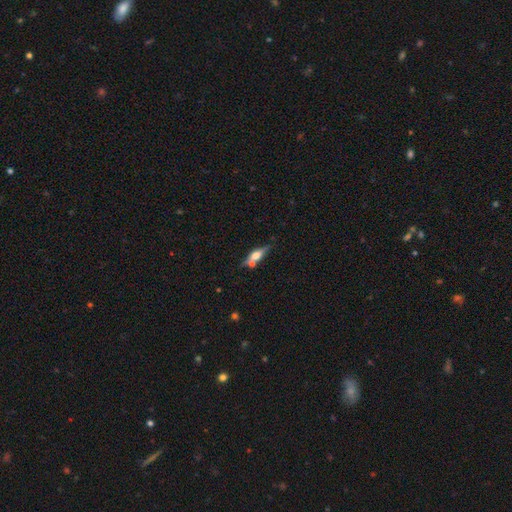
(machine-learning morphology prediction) This appears to be a featured or disk galaxy (56%) viewed edge-on (90%) with a rounded central bulge (91%). Merging: none (63%).